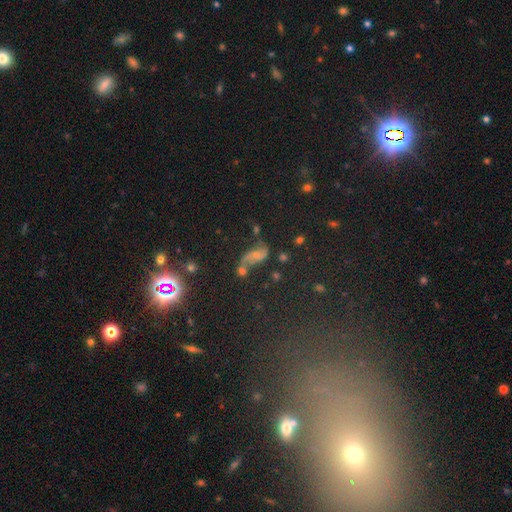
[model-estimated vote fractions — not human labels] A featured or disk galaxy (46%). Merging: none (42%).